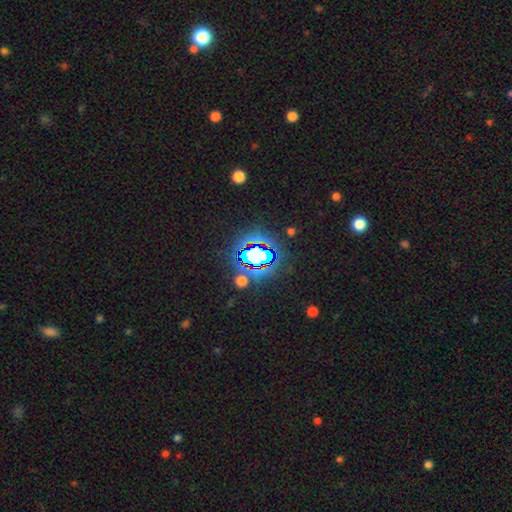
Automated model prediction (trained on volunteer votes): Overall: star or artifact (69%).